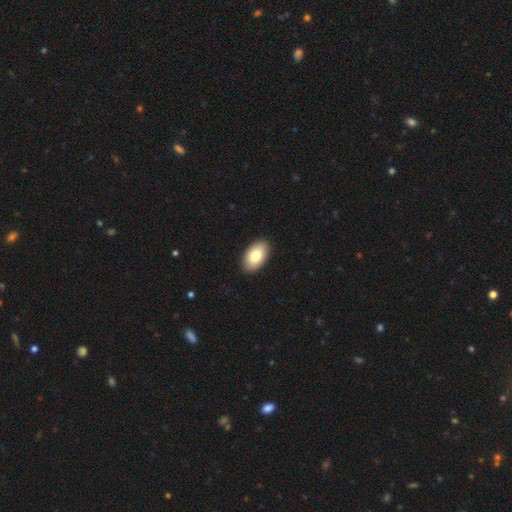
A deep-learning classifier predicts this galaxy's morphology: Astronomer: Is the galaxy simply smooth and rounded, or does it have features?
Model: smooth — 83%.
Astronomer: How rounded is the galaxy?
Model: in between — 95%.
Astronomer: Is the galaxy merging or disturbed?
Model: none — 90%.